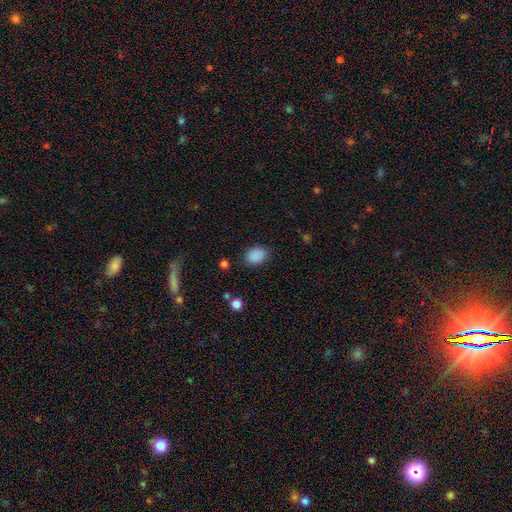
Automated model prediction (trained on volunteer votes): Q: Smooth or featured?
A: smooth (88%); runner-up: star or artifact (9%)
Q: How rounded?
A: in between (73%); runner-up: round (26%)
Q: Merging?
A: none (84%); runner-up: minor disturbance (12%)